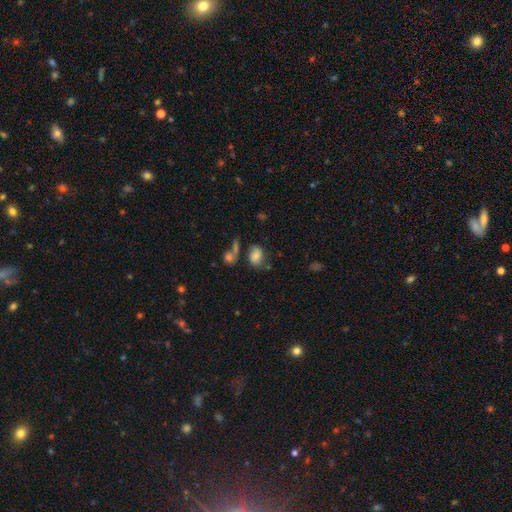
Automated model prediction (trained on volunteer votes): This is likely a smooth galaxy (72%). How rounded: likely in between (76%). Merging: possibly none (51%).